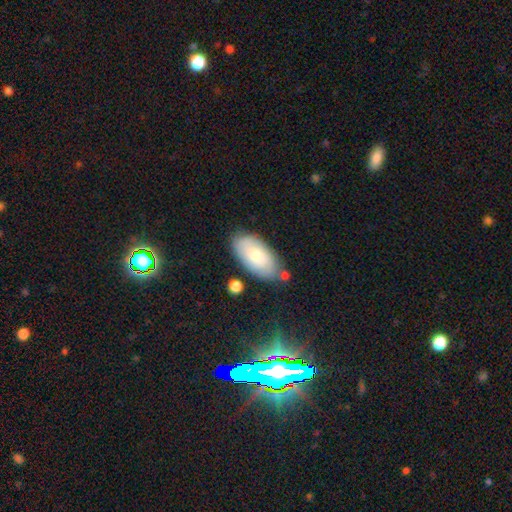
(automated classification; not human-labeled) Q: Smooth or featured?
A: smooth (66%); runner-up: featured or disk (28%)
Q: How rounded?
A: in between (94%); runner-up: cigar-shaped (3%)
Q: Merging?
A: none (73%); runner-up: minor disturbance (17%)